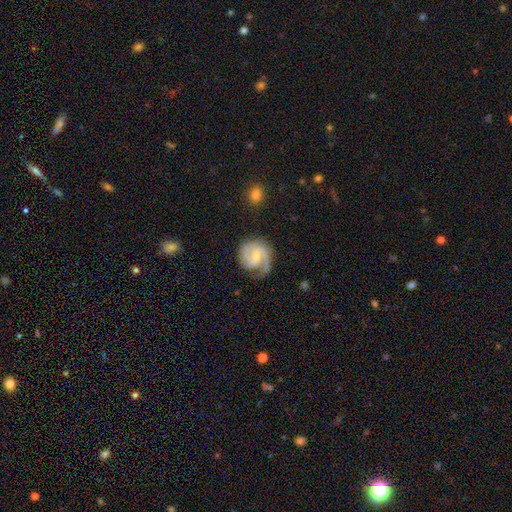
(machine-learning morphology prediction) Smooth or featured? featured or disk (91%)
Edge-on disk? no (98%)
Bar? weak (47%)
Spiral arms? yes (98%)
Spiral winding? medium (51%)
Spiral arm count? 2 (73%)
Bulge size? small (62%)
Merging? none (73%)